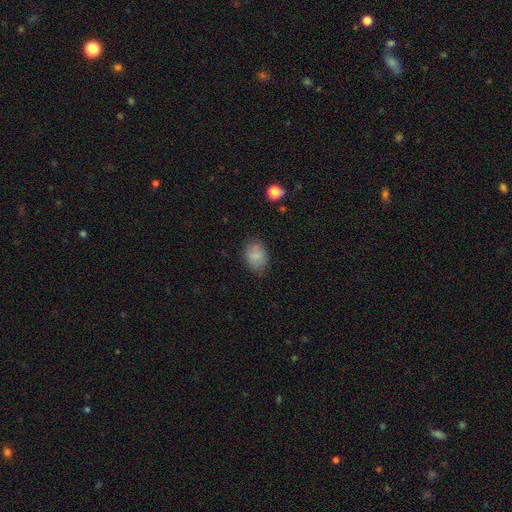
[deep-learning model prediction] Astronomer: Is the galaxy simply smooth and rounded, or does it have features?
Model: smooth — 82%.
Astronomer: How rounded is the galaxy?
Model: in between — 76%.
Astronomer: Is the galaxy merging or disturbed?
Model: none — 74%.